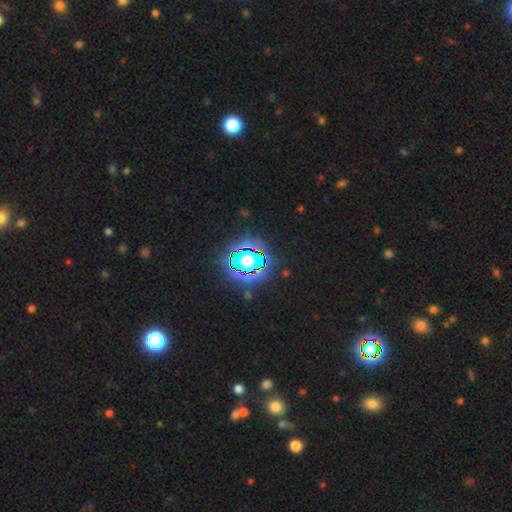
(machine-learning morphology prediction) The model was most divided on "smooth or featured": star or artifact: 60%, smooth: 25%, featured or disk: 15%.